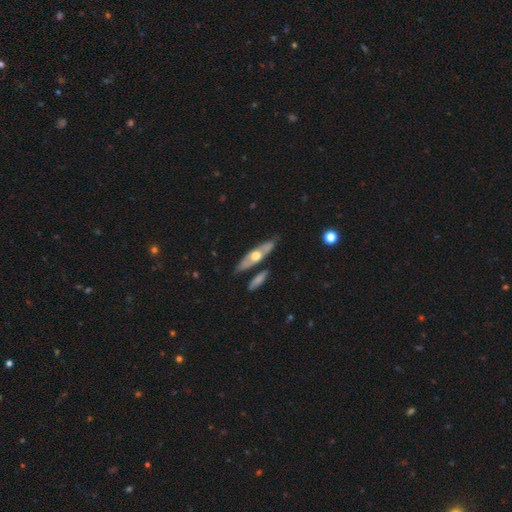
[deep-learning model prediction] This is possibly a featured or disk galaxy (59%). It is possibly viewed edge-on (56%). Merging: likely none (76%).